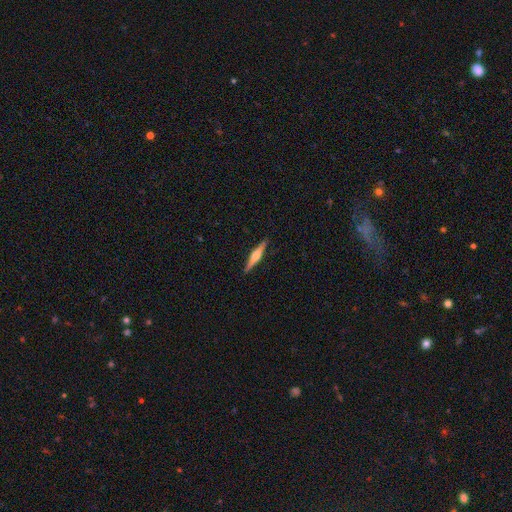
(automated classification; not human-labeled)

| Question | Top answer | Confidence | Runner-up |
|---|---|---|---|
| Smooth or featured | featured or disk | 67% | smooth (28%) |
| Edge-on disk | yes | 98% | no (2%) |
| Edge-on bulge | rounded | 76% | boxy (18%) |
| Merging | none | 91% | minor disturbance (7%) |